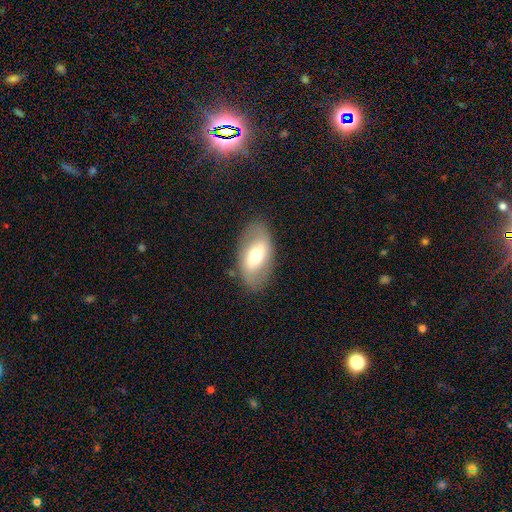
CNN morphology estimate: Q: Smooth or featured?
A: smooth (48%); runner-up: featured or disk (45%)
Q: Merging?
A: none (81%); runner-up: minor disturbance (13%)